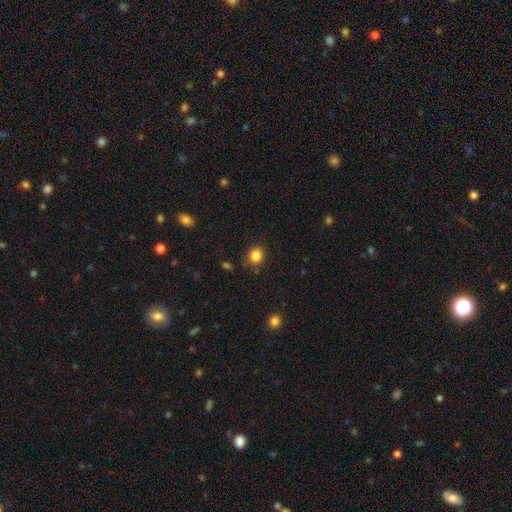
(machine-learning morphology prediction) Smooth or featured? smooth (84%)
How rounded? round (73%)
Merging? none (82%)